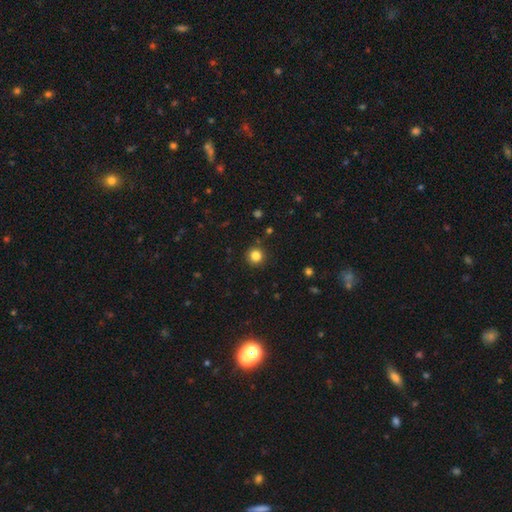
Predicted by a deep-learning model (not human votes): This is clearly a smooth galaxy (83%). How rounded: clearly round (94%). Merging: clearly none (91%).